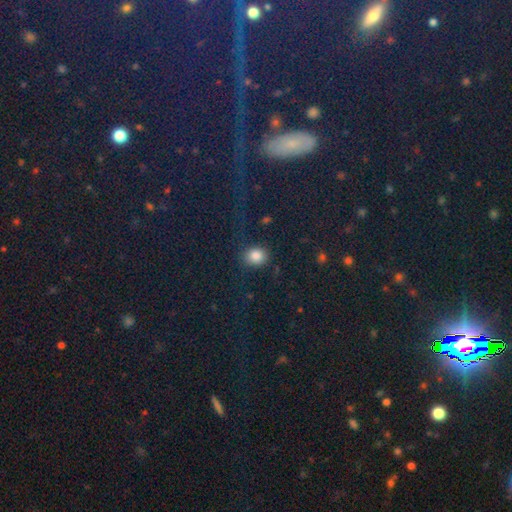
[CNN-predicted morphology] smooth-or-featured: smooth: 83% | star or artifact: 11% | featured or disk: 5%
  how-rounded: round: 64% | in between: 34% | cigar-shaped: 1%
  merging: none: 78% | minor disturbance: 12% | major disturbance: 7% | merger: 3%